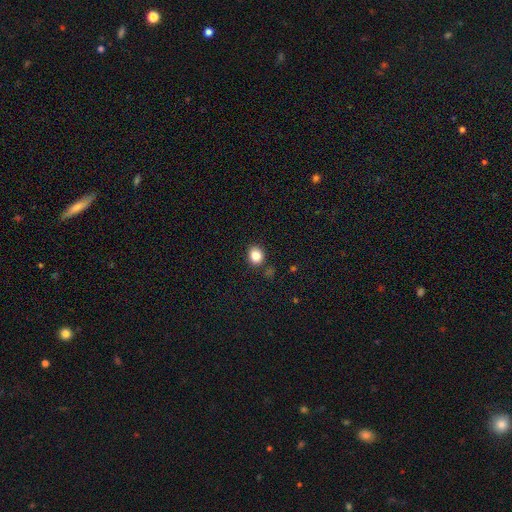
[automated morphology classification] Smooth or featured: smooth — 86% (star or artifact — 10%)
How rounded: round — 64% (in between — 35%)
Merging: none — 85% (minor disturbance — 9%)